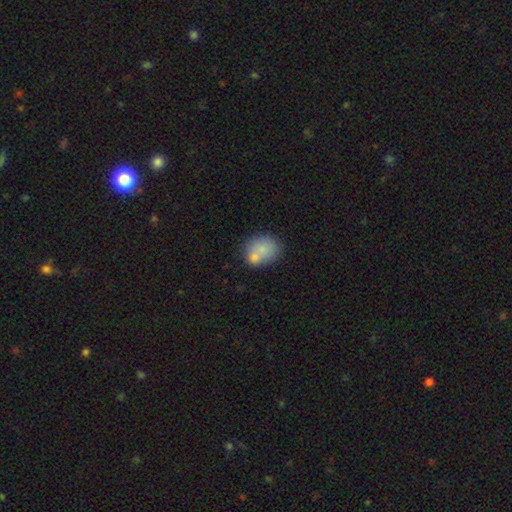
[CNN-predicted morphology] This appears to be a smooth galaxy with no disk features (74%) that is round (53%). Merging: none (47%).